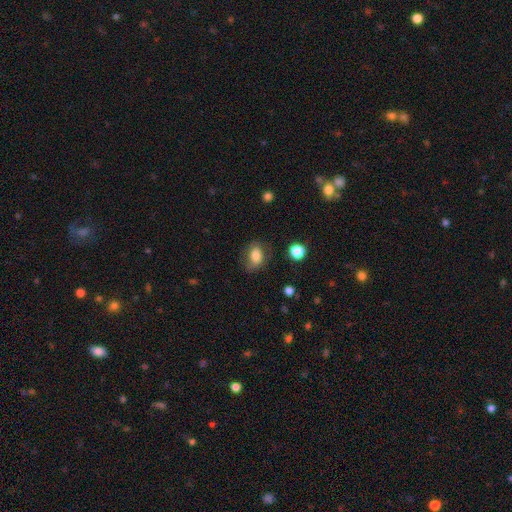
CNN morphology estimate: Q: Smooth or featured?
A: smooth (76%); runner-up: featured or disk (15%)
Q: How rounded?
A: in between (76%); runner-up: round (22%)
Q: Merging?
A: none (69%); runner-up: minor disturbance (21%)